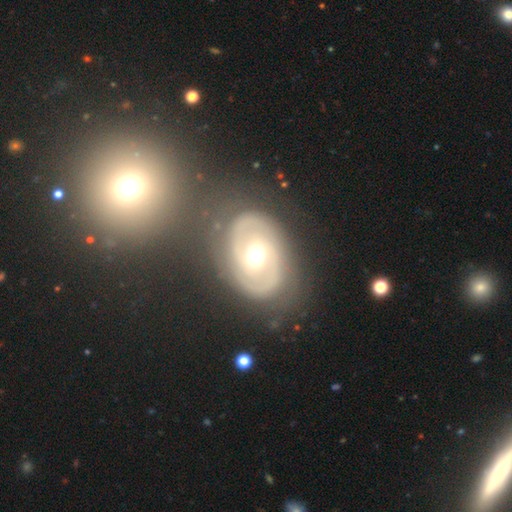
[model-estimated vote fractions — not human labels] A featured or disk galaxy (83%) with no bar (59%), 2 (84%) tight (60%) spiral arms (85%) and a moderate central bulge (79%). Merging: none (76%).